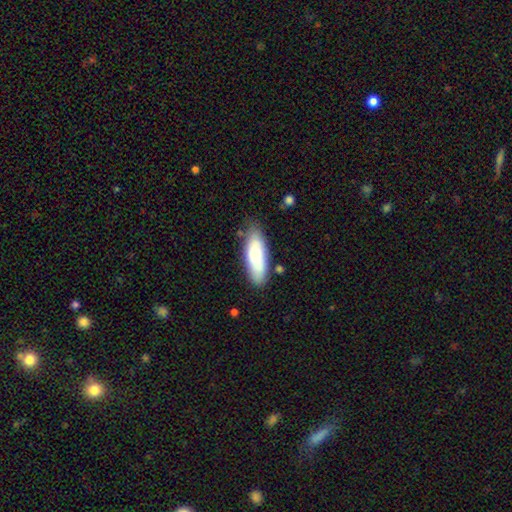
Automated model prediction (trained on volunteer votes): A smooth galaxy with no disk features (80%) that is in between round and cigar-shaped (64%). Merging: none (73%).